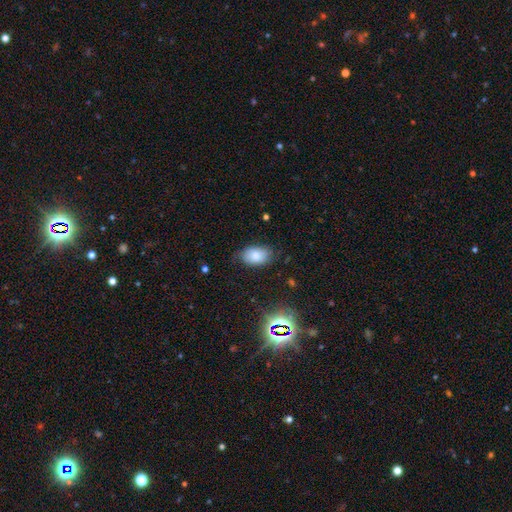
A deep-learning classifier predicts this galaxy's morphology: This appears to be a smooth galaxy with no disk features (80%) that is in between round and cigar-shaped (90%). Merging: none (75%).